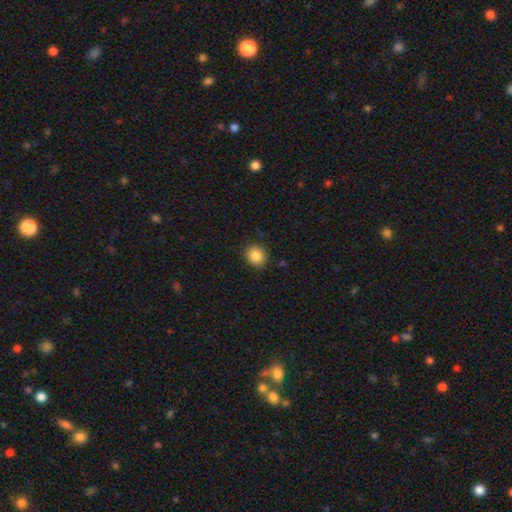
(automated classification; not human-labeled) This is clearly a smooth galaxy (85%). How rounded: clearly round (84%). Merging: clearly none (91%).